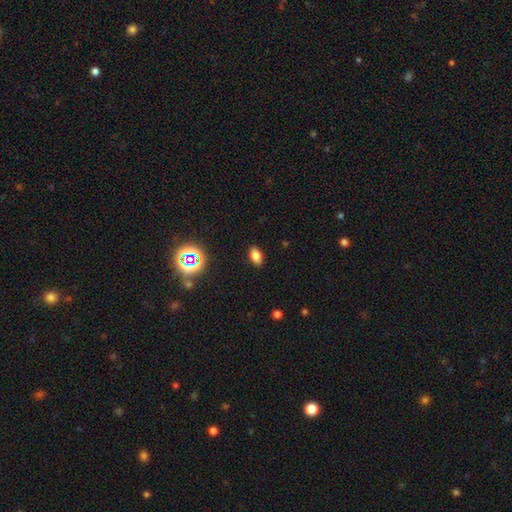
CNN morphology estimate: Q: Smooth or featured?
A: smooth (76%); runner-up: star or artifact (16%)
Q: How rounded?
A: in between (89%); runner-up: round (7%)
Q: Merging?
A: none (88%); runner-up: minor disturbance (8%)